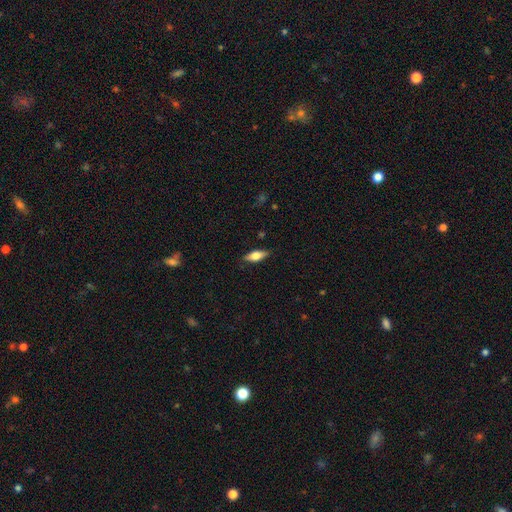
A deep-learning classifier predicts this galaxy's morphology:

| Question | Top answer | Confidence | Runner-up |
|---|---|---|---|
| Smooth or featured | smooth | 59% | featured or disk (34%) |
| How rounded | in between | 66% | cigar-shaped (31%) |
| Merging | none | 85% | minor disturbance (11%) |